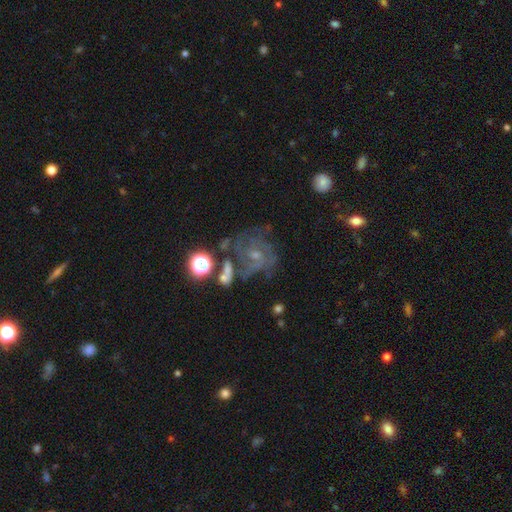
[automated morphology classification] Q: Smooth or featured?
A: featured or disk (70%); runner-up: smooth (15%)
Q: Edge-on disk?
A: no (97%); runner-up: yes (3%)
Q: Bar?
A: no (62%); runner-up: weak (31%)
Q: Spiral arms?
A: yes (82%); runner-up: no (18%)
Q: Spiral winding?
A: tight (48%); runner-up: medium (39%)
Q: Spiral arm count?
A: can't tell (42%); runner-up: 3 (21%)
Q: Bulge size?
A: small (56%); runner-up: moderate (35%)
Q: Merging?
A: none (50%); runner-up: major disturbance (21%)